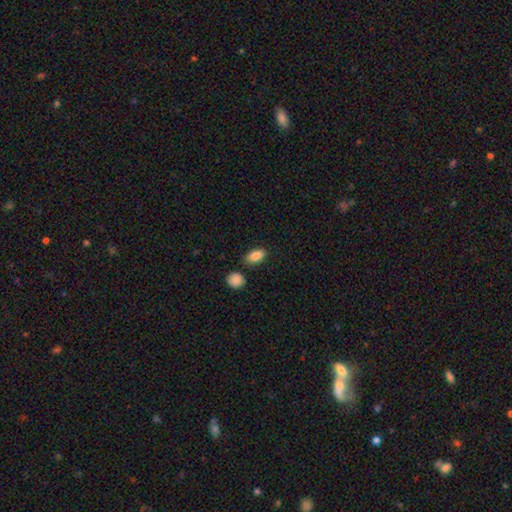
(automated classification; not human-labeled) Smooth or featured?
  - smooth: 88% *
  - star or artifact: 7%
  - featured or disk: 4%
How rounded?
  - in between: 90% *
  - round: 6%
  - cigar-shaped: 4%
Merging?
  - none: 82% *
  - minor disturbance: 11%
  - merger: 5%
  - major disturbance: 3%